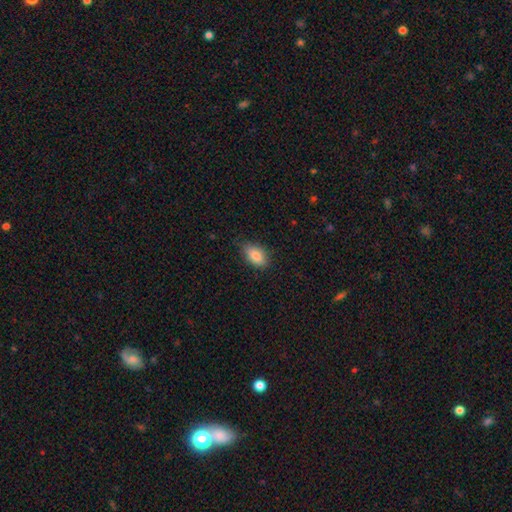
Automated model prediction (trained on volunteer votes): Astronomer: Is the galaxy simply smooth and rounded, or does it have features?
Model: smooth — 85%.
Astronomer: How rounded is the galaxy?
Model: in between — 90%.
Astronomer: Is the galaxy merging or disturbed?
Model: none — 77%.